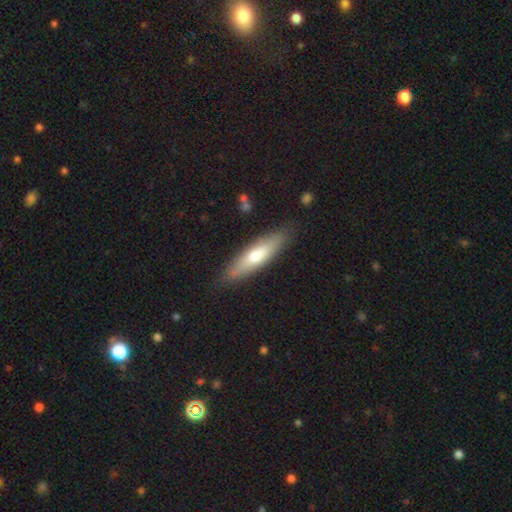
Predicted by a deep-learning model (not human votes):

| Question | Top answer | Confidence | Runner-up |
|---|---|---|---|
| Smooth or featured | smooth | 59% | featured or disk (36%) |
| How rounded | cigar-shaped | 73% | in between (25%) |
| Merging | none | 86% | minor disturbance (10%) |